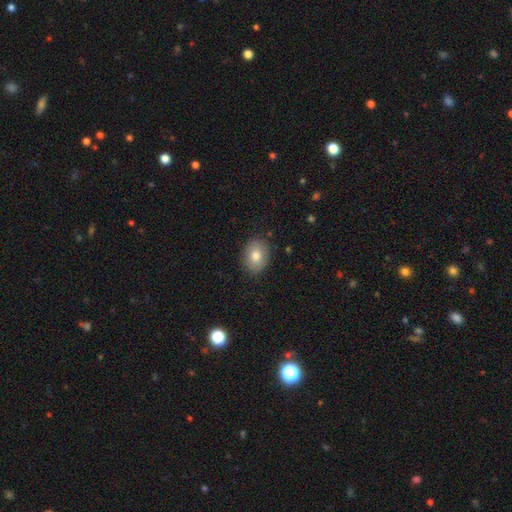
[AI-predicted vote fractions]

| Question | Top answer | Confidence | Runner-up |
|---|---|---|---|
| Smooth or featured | smooth | 80% | featured or disk (12%) |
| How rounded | in between | 58% | round (41%) |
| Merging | none | 87% | minor disturbance (10%) |